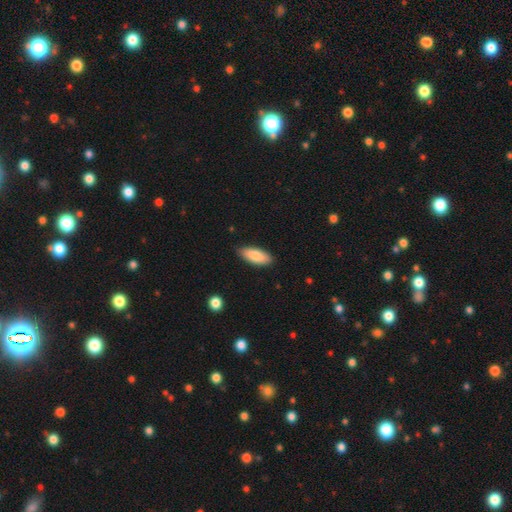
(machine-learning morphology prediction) A smooth galaxy with no disk features (85%) that is in between round and cigar-shaped (83%). Merging: none (86%).